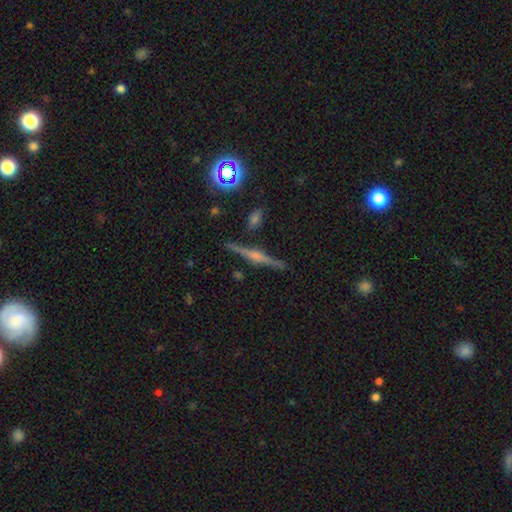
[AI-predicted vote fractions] This is clearly a featured or disk galaxy (80%). It is clearly viewed edge-on (98%). Edge-on bulge: clearly rounded (82%). Merging: clearly none (90%).